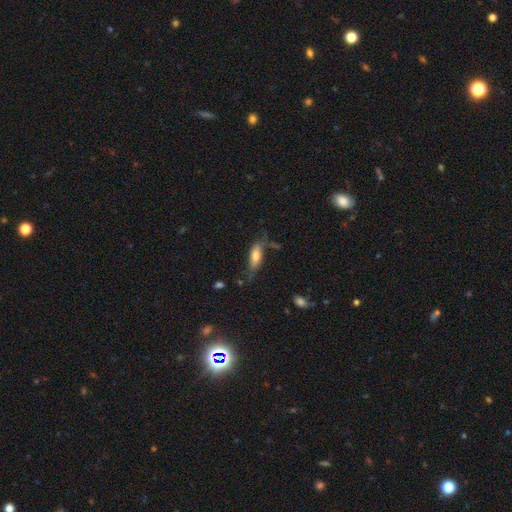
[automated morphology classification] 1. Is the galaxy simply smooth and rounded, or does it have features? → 62% smooth, 30% featured or disk, 8% star or artifact.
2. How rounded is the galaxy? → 60% in between, 37% cigar-shaped, 3% round.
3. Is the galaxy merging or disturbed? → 54% none, 28% minor disturbance, 14% major disturbance, 5% merger.